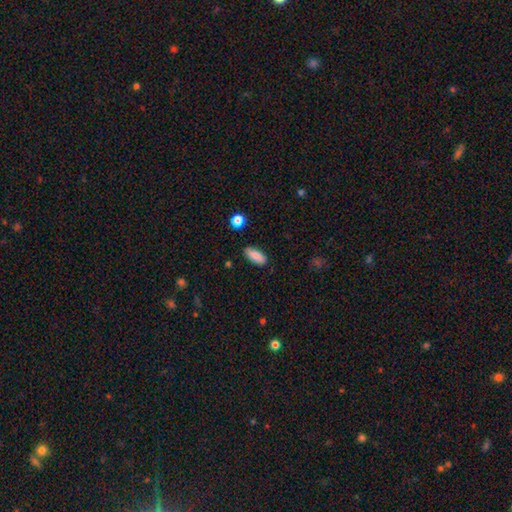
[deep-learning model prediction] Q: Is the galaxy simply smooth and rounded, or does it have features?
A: smooth — 87%.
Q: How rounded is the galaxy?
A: in between — 79%.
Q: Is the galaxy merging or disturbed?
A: none — 85%.